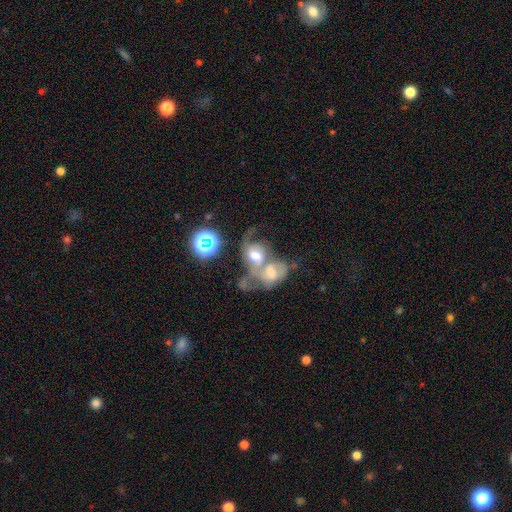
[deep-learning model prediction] Morphology: type=featured or disk (47%); merging=merger (72%).